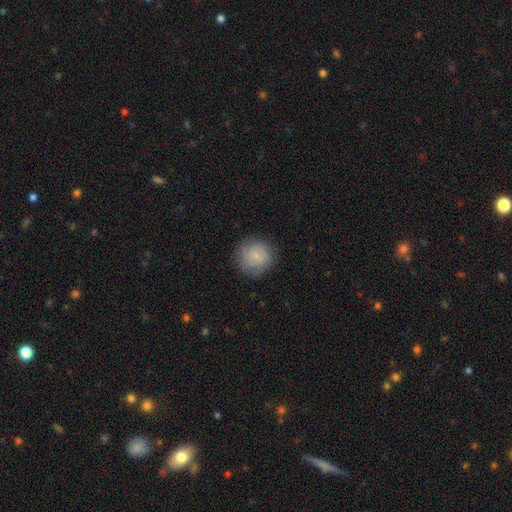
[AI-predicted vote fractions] A smooth galaxy with no disk features (71%) that is round (92%).

Vote fractions:
- Smooth or featured? smooth: 71% / featured or disk: 21% / star or artifact: 8%
- How rounded? round: 92% / in between: 7% / cigar-shaped: 1%
- Merging? none: 82% / minor disturbance: 13% / major disturbance: 4% / merger: 1%